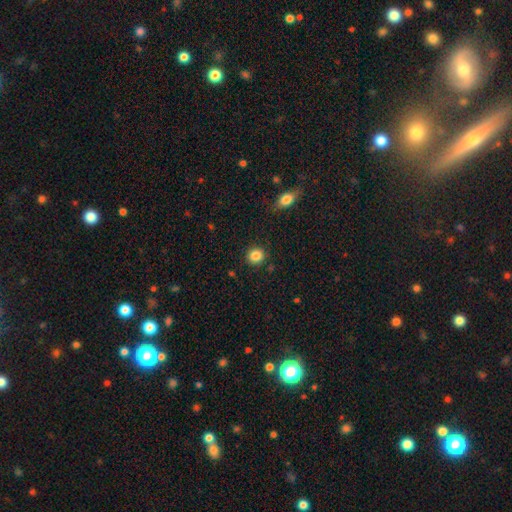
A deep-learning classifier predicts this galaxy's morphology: smooth-or-featured: smooth: 85% | star or artifact: 10% | featured or disk: 5%
  how-rounded: round: 88% | in between: 11% | cigar-shaped: 1%
  merging: none: 89% | minor disturbance: 7% | major disturbance: 2% | merger: 2%